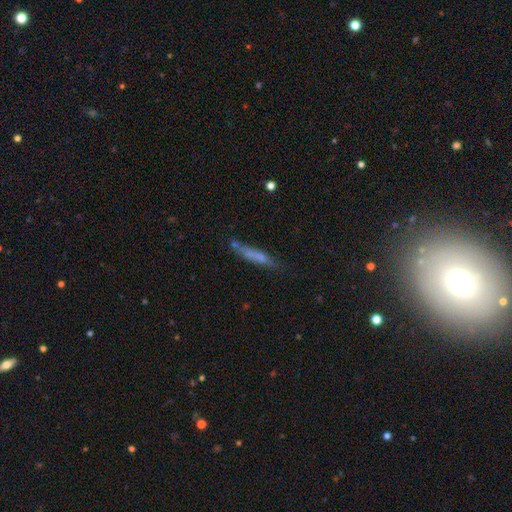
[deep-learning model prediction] Smooth or featured?
  - smooth: 61% *
  - featured or disk: 30%
  - star or artifact: 9%
How rounded?
  - cigar-shaped: 90% *
  - in between: 8%
  - round: 2%
Merging?
  - none: 65% *
  - minor disturbance: 21%
  - merger: 7%
  - major disturbance: 7%